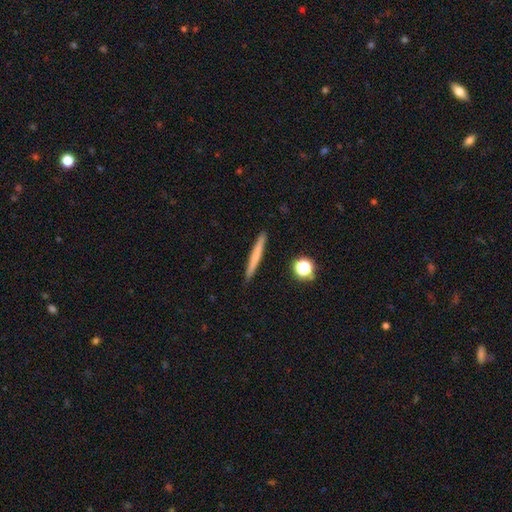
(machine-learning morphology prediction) type=smooth (62%); roundness=cigar-shaped (96%); merging=none (91%).